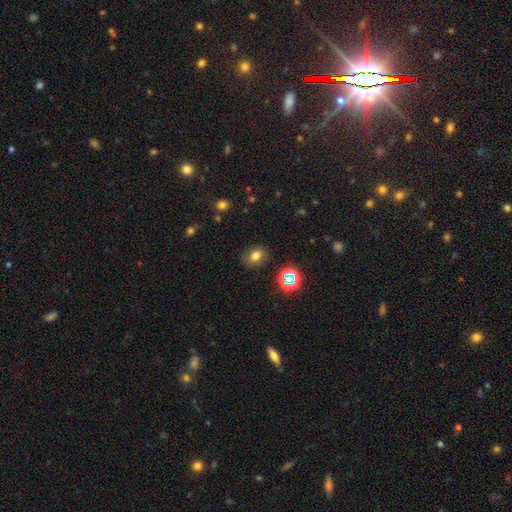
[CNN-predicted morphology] The model was most divided on "how rounded": round: 53%, in between: 46%, cigar-shaped: 1%. More confident: merging — none (82%); smooth or featured — smooth (74%).